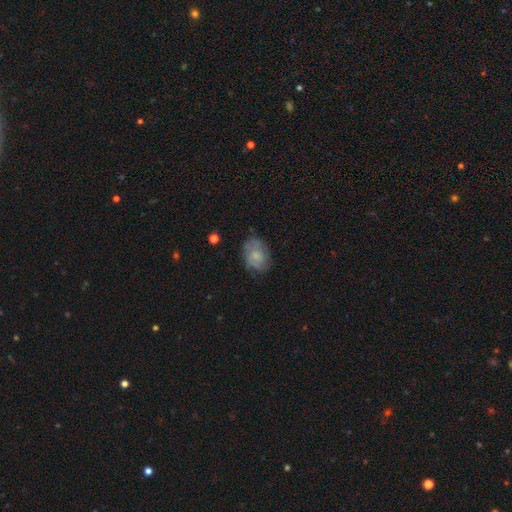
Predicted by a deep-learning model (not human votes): Smooth or featured: smooth — 59% (featured or disk — 33%)
How rounded: in between — 64% (round — 34%)
Merging: none — 66% (minor disturbance — 24%)